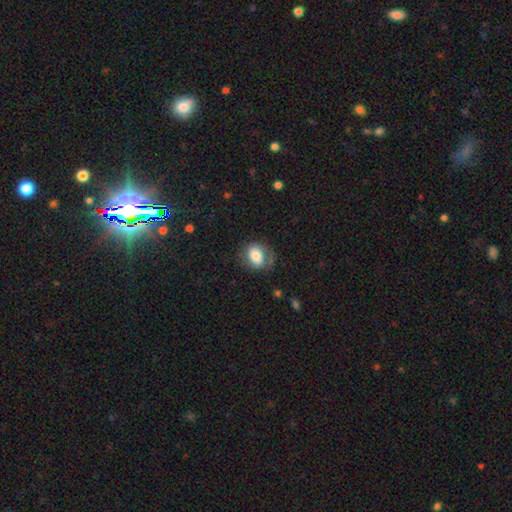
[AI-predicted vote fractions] smooth_or_featured: smooth (p=0.71) [alt: featured or disk p=0.20]
how_rounded: in between (p=0.59) [alt: round p=0.40]
merging: none (p=0.60) [alt: minor disturbance p=0.24]